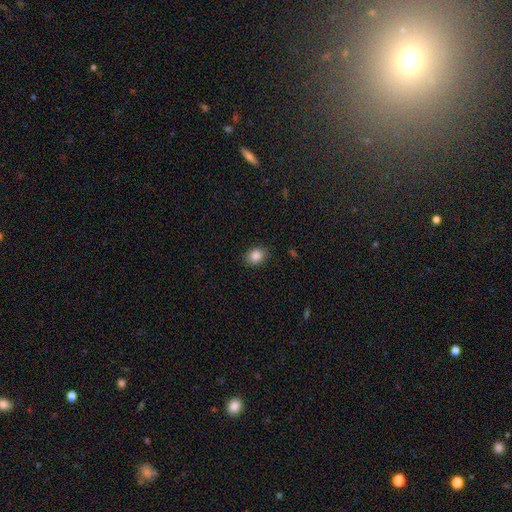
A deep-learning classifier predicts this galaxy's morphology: Smooth or featured: smooth — 86% (star or artifact — 9%)
How rounded: in between — 58% (round — 41%)
Merging: none — 87% (minor disturbance — 10%)